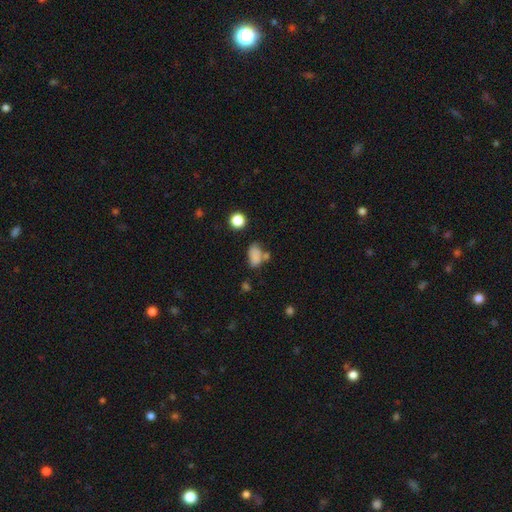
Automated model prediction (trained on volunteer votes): Smooth or featured: smooth — 77% (star or artifact — 12%)
How rounded: in between — 86% (round — 12%)
Merging: none — 44% (merger — 23%)